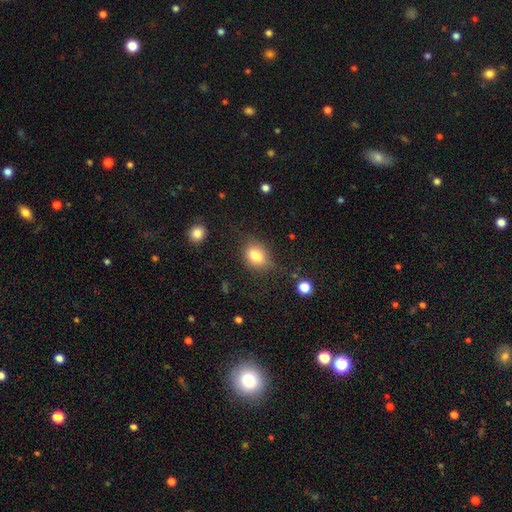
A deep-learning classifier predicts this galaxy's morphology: Smooth or featured?
  - smooth: 78% *
  - featured or disk: 12%
  - star or artifact: 10%
How rounded?
  - in between: 58% *
  - round: 41%
  - cigar-shaped: 2%
Merging?
  - none: 67% *
  - minor disturbance: 22%
  - major disturbance: 8%
  - merger: 3%